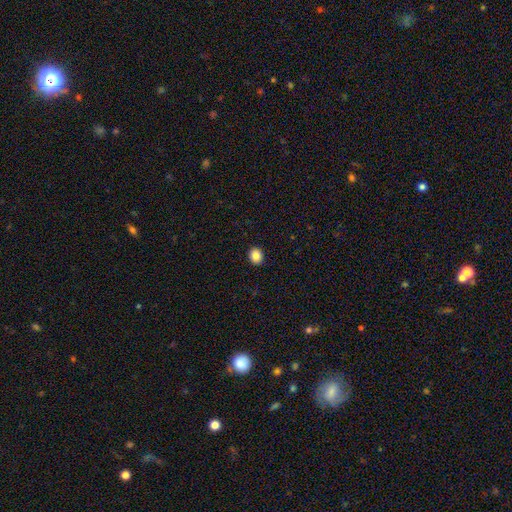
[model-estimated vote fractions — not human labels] Q: Smooth or featured?
A: smooth (86%); runner-up: star or artifact (9%)
Q: How rounded?
A: round (62%); runner-up: in between (37%)
Q: Merging?
A: none (92%); runner-up: minor disturbance (5%)